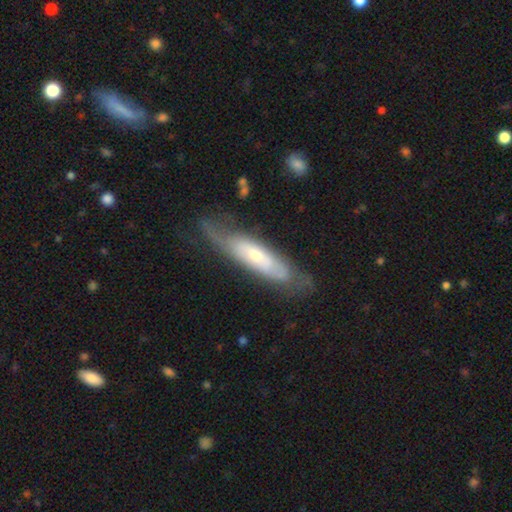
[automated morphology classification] Smooth or featured?
  - featured or disk: 65% *
  - smooth: 29%
  - star or artifact: 6%
Edge-on disk?
  - no: 66% *
  - yes: 34%
Merging?
  - none: 59% *
  - minor disturbance: 24%
  - major disturbance: 14%
  - merger: 2%